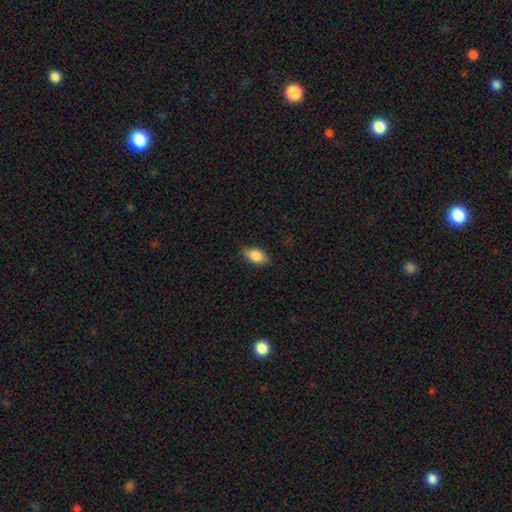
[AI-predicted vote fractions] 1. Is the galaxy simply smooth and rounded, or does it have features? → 85% smooth, 8% featured or disk, 7% star or artifact.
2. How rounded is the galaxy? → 91% in between, 6% round, 3% cigar-shaped.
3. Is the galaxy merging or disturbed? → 84% none, 13% minor disturbance, 2% major disturbance, 1% merger.